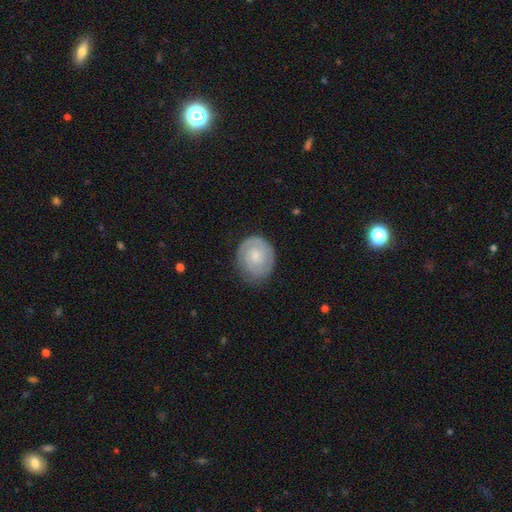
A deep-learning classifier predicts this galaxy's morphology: The model was most divided on "bulge size": small: 53%, moderate: 31%, none: 11%, large: 4%, dominant: 1%. More confident: edge-on disk — no (98%); spiral arms — yes (92%); merging — none (79%); spiral winding — tight (72%); smooth or featured — featured or disk (70%); bar — no (68%); spiral arm count — 2 (54%).